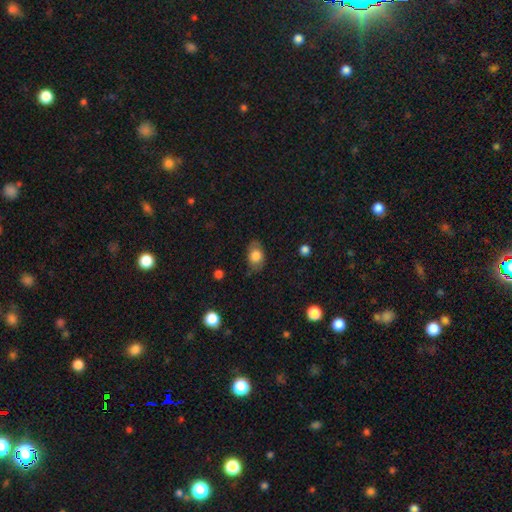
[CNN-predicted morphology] This appears to be a smooth galaxy with no disk features (77%) that is in between round and cigar-shaped (81%). Merging: none (73%).